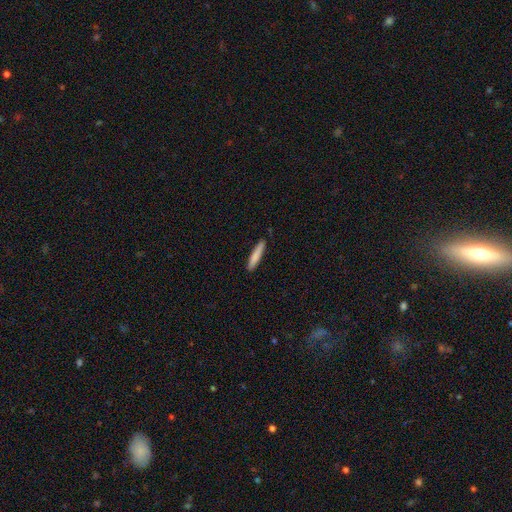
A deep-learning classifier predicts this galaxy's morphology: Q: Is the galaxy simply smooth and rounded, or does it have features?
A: smooth — 81%.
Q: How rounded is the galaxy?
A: cigar-shaped — 92%.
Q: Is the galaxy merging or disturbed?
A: none — 88%.